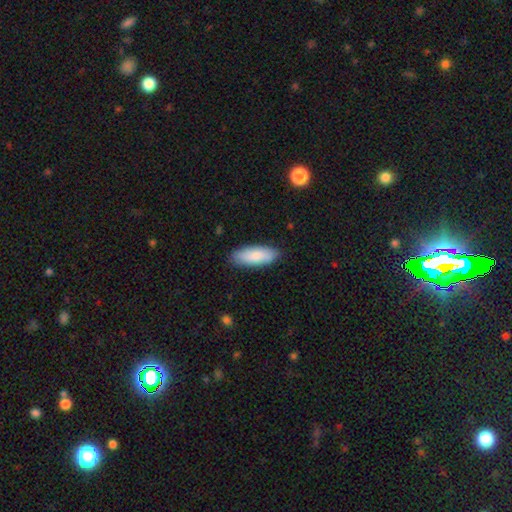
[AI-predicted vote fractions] smooth_or_featured: smooth (p=0.83) [alt: featured or disk p=0.12]
how_rounded: in between (p=0.70) [alt: cigar-shaped p=0.28]
merging: none (p=0.85) [alt: minor disturbance p=0.11]